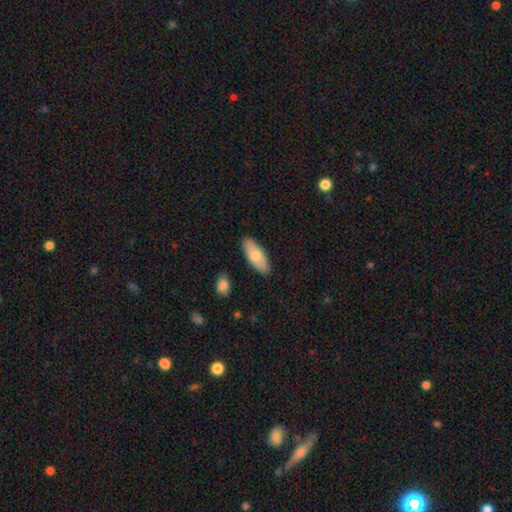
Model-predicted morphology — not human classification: Smooth or featured: smooth — 76% (featured or disk — 19%)
How rounded: in between — 79% (cigar-shaped — 19%)
Merging: none — 84% (minor disturbance — 11%)